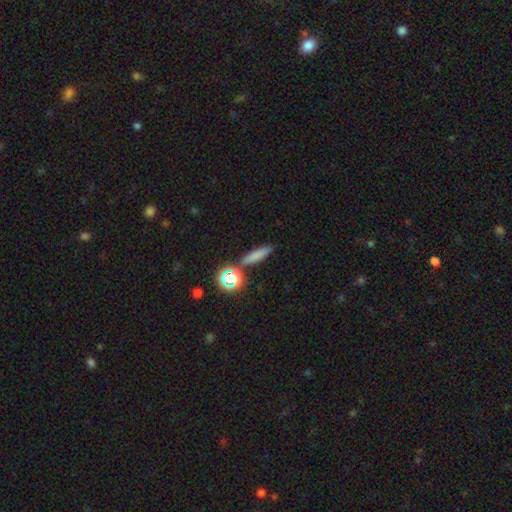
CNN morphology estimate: Smooth or featured?
  - smooth: 74% *
  - star or artifact: 16%
  - featured or disk: 11%
How rounded?
  - cigar-shaped: 73% *
  - in between: 19%
  - round: 8%
Merging?
  - none: 81% *
  - minor disturbance: 9%
  - merger: 7%
  - major disturbance: 3%